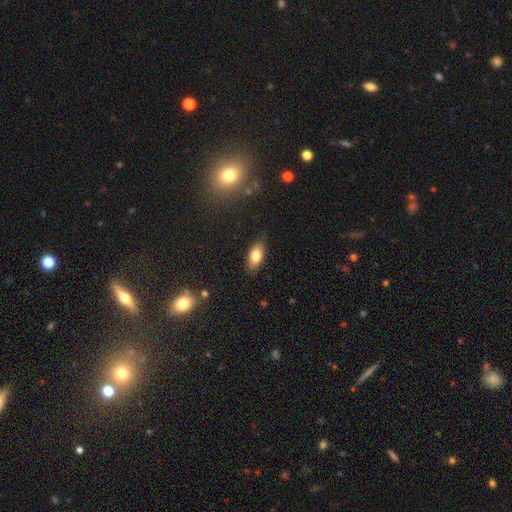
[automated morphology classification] smooth 79%, featured or disk 13%, star or artifact 8%. Down the decision tree: how rounded — in between (88%); merging — none (82%).